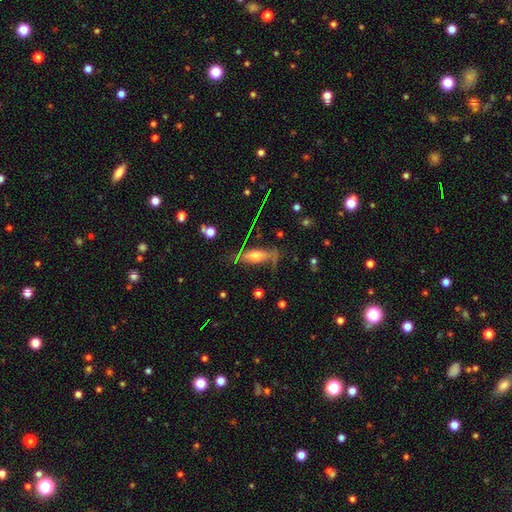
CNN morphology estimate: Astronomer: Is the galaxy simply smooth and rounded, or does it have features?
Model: featured or disk — 54% (runner-up: smooth, 34%).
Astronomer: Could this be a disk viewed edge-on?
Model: yes — 55% (runner-up: no, 45%).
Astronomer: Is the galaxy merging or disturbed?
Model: none — 56%.